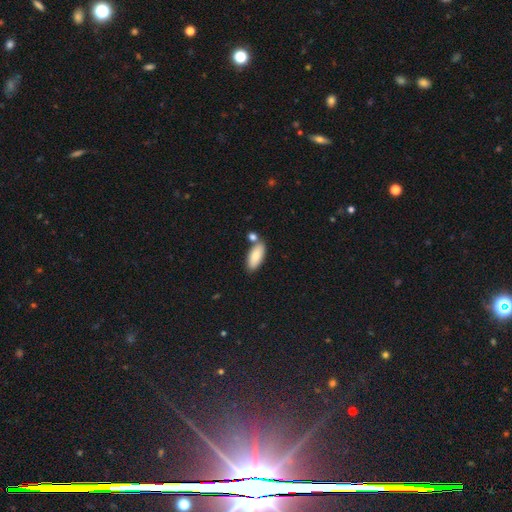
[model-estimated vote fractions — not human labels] A smooth galaxy with no disk features (83%) that is in between round and cigar-shaped (87%).

Vote fractions:
- Smooth or featured? smooth: 83% / featured or disk: 11% / star or artifact: 6%
- How rounded? in between: 87% / cigar-shaped: 11% / round: 2%
- Merging? none: 68% / merger: 16% / minor disturbance: 13% / major disturbance: 3%